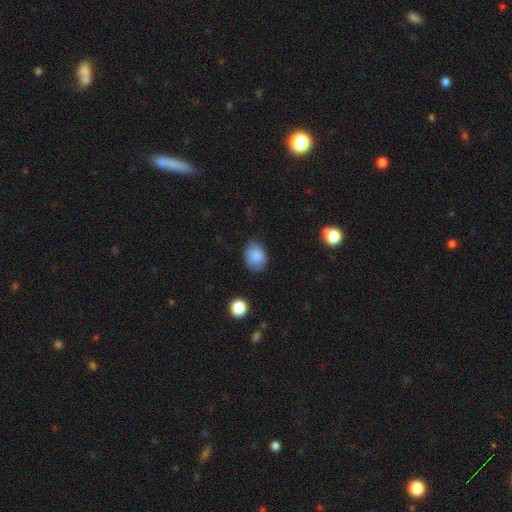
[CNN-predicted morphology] Overall: smooth (86%). How rounded: round (50%; in between 49%). Merging: none (74%).